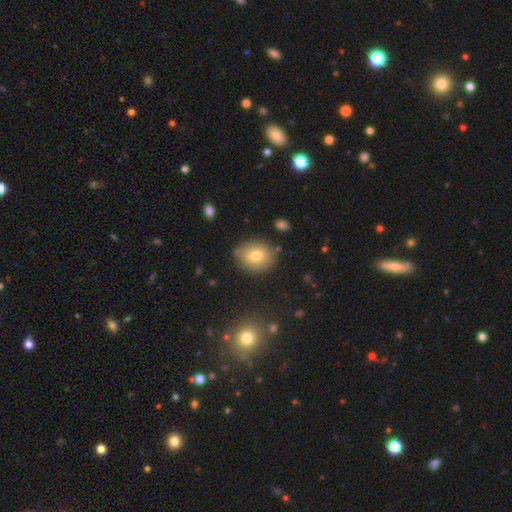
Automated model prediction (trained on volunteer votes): This appears to be a smooth galaxy with no disk features (73%) that is round (59%). Merging: none (79%).